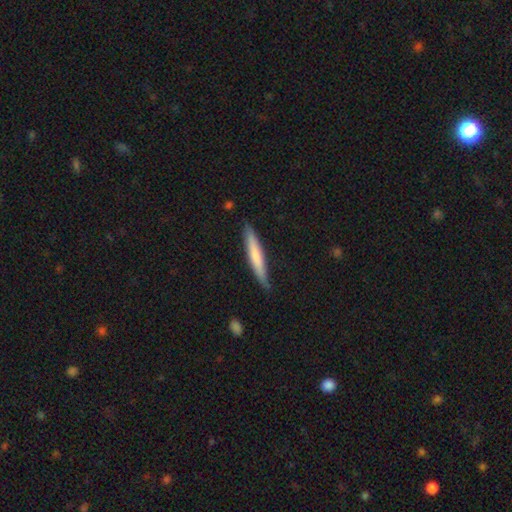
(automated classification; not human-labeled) Overall: smooth (65%; featured or disk 30%). How rounded: cigar-shaped (94%). Merging: none (84%).